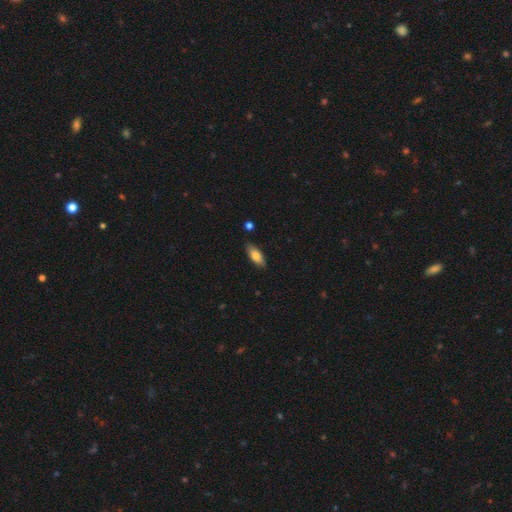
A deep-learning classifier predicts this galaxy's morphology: type=smooth (79%); roundness=in between (77%); merging=none (84%).